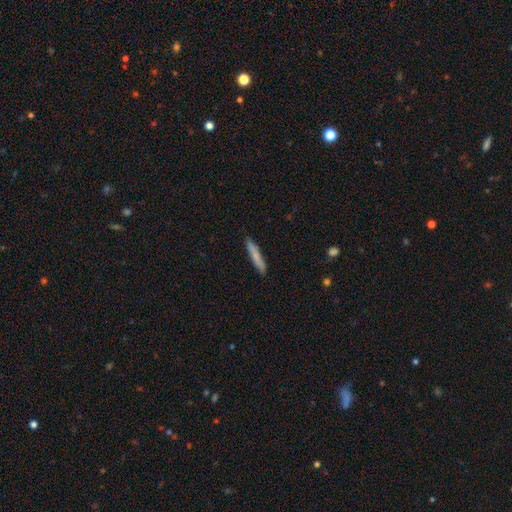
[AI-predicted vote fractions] A smooth galaxy with no disk features (78%) that is cigar-shaped (94%). Merging: none (90%).